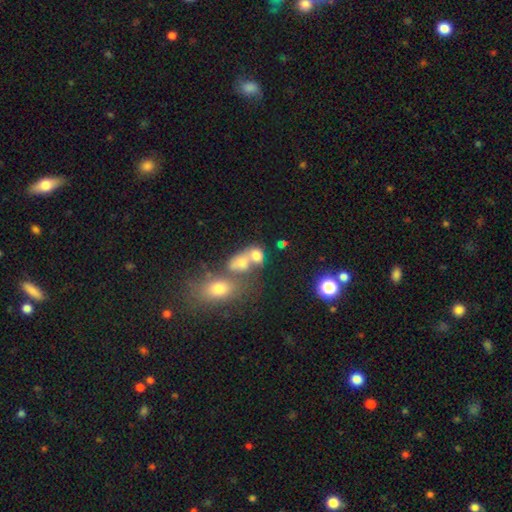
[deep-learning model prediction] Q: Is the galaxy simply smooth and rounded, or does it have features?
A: smooth — 67%.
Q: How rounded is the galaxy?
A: in between — 61%.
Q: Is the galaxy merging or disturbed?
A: merger — 56%.